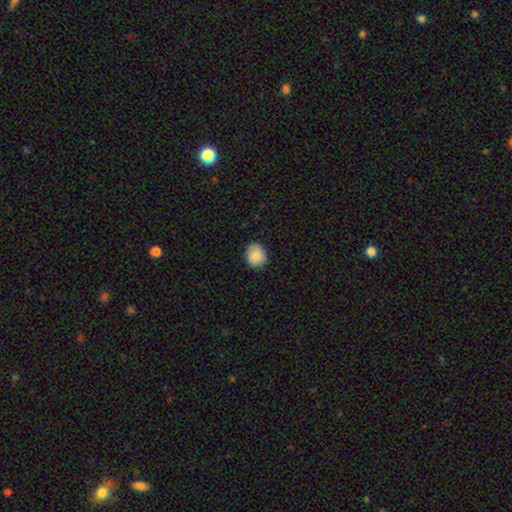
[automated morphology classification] Smooth or featured? Predicted: smooth (p=0.86). How rounded? Predicted: round (p=0.69). Merging? Predicted: none (p=0.83).